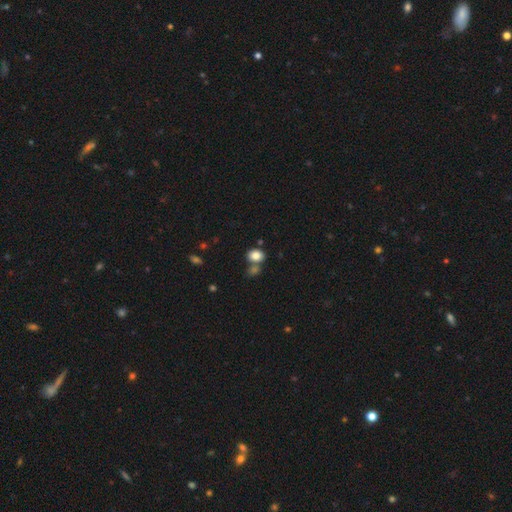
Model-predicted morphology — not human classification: Q: Smooth or featured?
A: smooth (83%); runner-up: star or artifact (9%)
Q: How rounded?
A: in between (60%); runner-up: round (39%)
Q: Merging?
A: none (57%); runner-up: merger (27%)